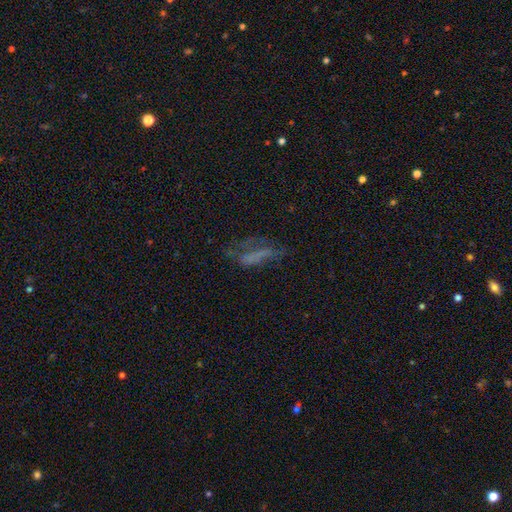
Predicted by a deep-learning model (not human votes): smooth-or-featured: featured or disk: 41% | smooth: 39% | star or artifact: 20%
  merging: major disturbance: 39% | none: 34% | minor disturbance: 22% | merger: 4%